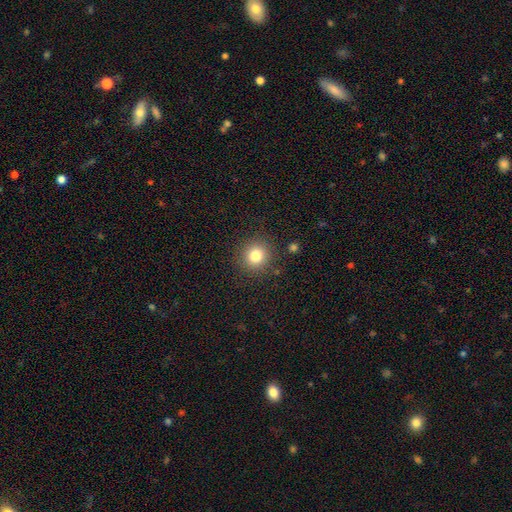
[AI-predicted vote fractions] Smooth or featured? smooth (81%)
How rounded? round (91%)
Merging? none (88%)